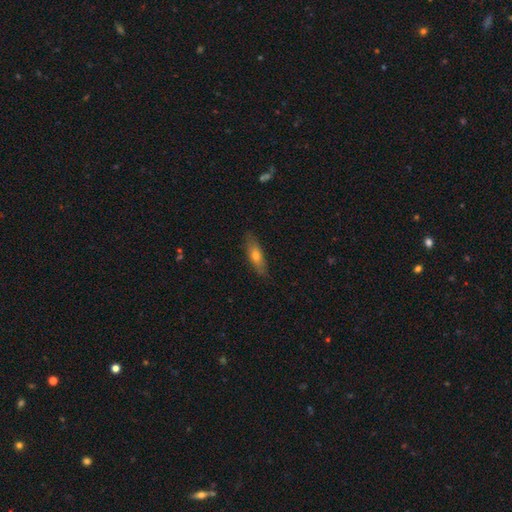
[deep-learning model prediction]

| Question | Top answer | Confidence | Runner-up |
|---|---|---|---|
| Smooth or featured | smooth | 59% | featured or disk (34%) |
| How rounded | cigar-shaped | 55% | in between (42%) |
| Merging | none | 83% | minor disturbance (14%) |